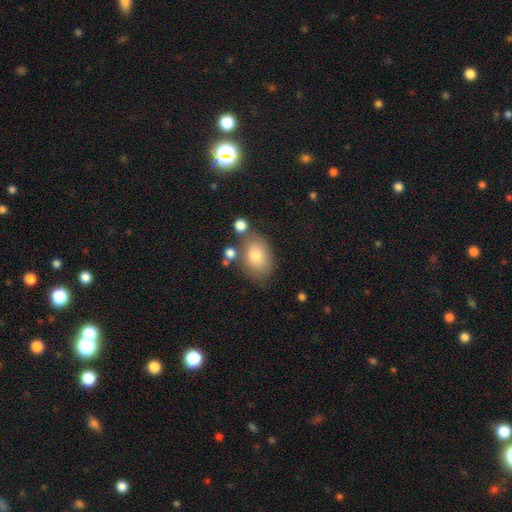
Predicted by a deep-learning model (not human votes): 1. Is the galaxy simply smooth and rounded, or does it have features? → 76% smooth, 15% featured or disk, 9% star or artifact.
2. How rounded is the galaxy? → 80% in between, 19% round, 1% cigar-shaped.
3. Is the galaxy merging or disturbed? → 63% none, 18% minor disturbance, 12% merger, 6% major disturbance.